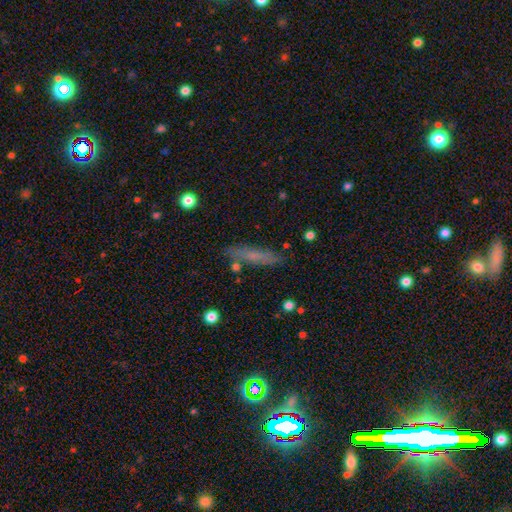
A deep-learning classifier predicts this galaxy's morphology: Q: Smooth or featured?
A: smooth (62%); runner-up: featured or disk (30%)
Q: How rounded?
A: cigar-shaped (85%); runner-up: in between (12%)
Q: Merging?
A: none (81%); runner-up: minor disturbance (12%)